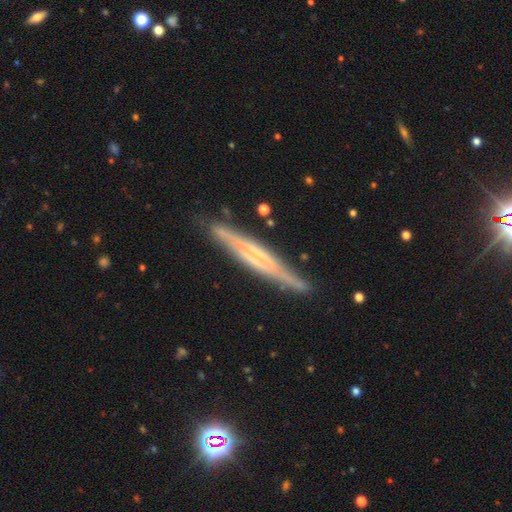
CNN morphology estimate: A featured or disk galaxy (74%) viewed edge-on (93%) with no central bulge (54%). Merging: none (82%).